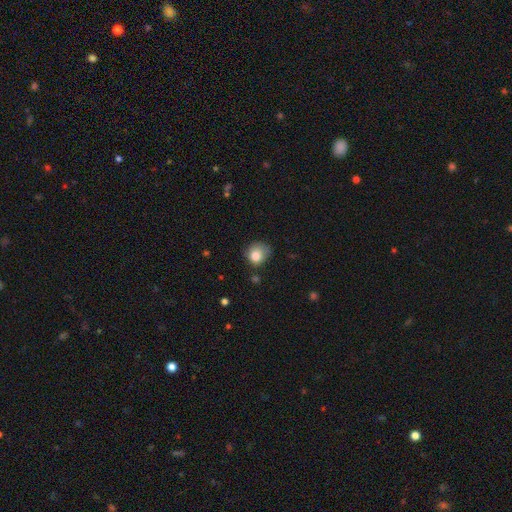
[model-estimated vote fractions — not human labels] Q: Smooth or featured?
A: smooth (81%); runner-up: star or artifact (9%)
Q: How rounded?
A: round (74%); runner-up: in between (25%)
Q: Merging?
A: none (51%); runner-up: minor disturbance (34%)